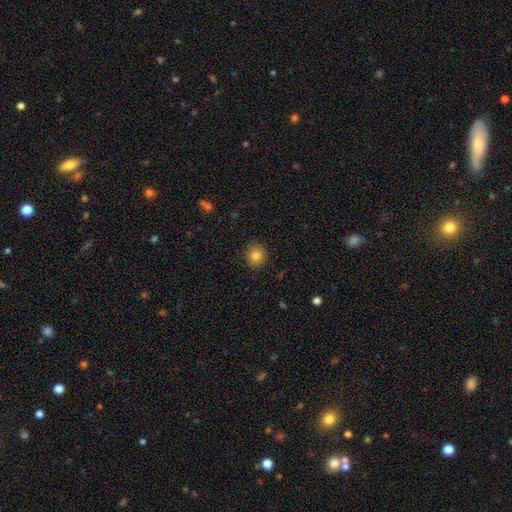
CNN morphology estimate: This appears to be a smooth galaxy with no disk features (81%) that is round (85%). Merging: none (89%).